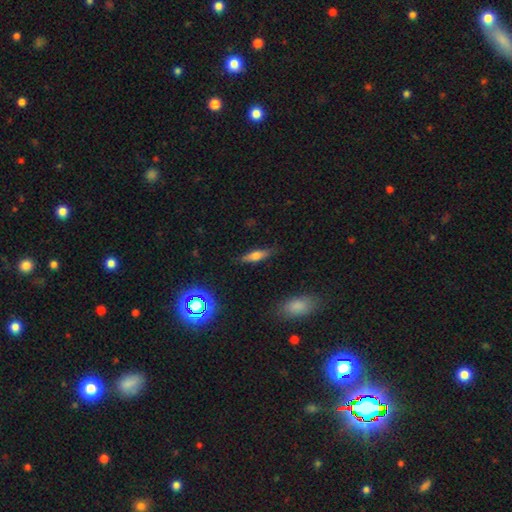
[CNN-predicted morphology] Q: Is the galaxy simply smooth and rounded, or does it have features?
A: smooth — 56%.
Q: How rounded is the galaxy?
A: cigar-shaped — 57%.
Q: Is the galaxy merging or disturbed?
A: none — 82%.